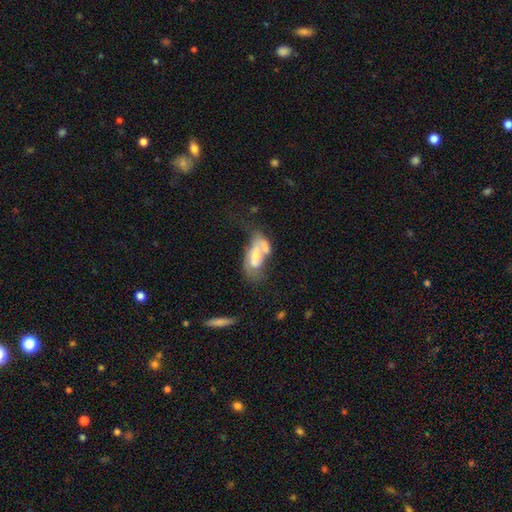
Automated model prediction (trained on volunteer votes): Smooth or featured? Predicted: featured or disk (p=0.49). Merging? Predicted: merger (p=0.49).